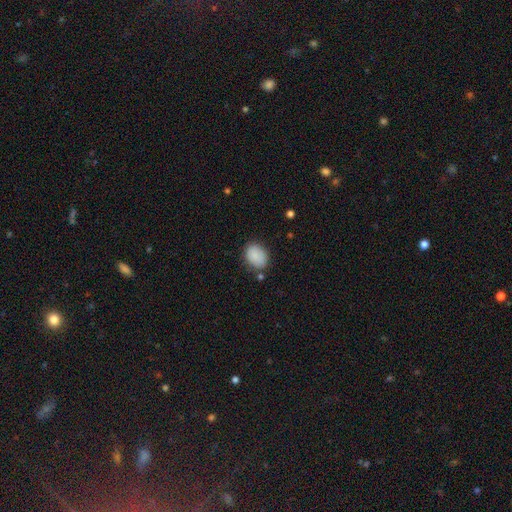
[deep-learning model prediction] Morphology: type=smooth (88%); roundness=in between (67%); merging=none (76%).